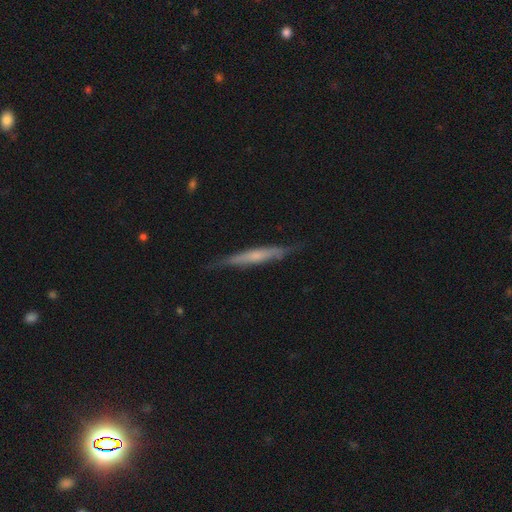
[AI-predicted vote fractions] This appears to be a featured or disk galaxy (53%) viewed edge-on (92%). Merging: none (79%).